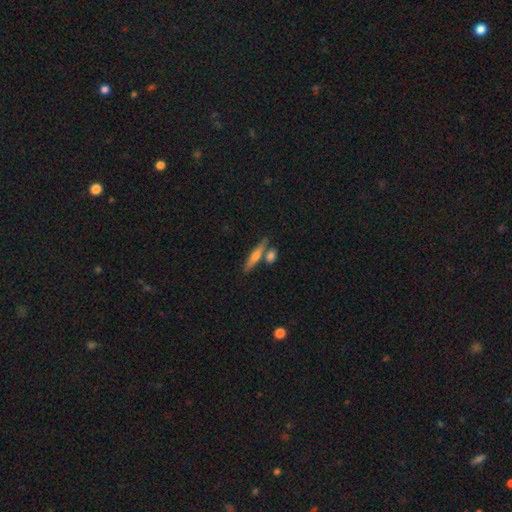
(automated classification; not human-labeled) Smooth or featured? Predicted: featured or disk (p=0.48). Merging? Predicted: none (p=0.71).